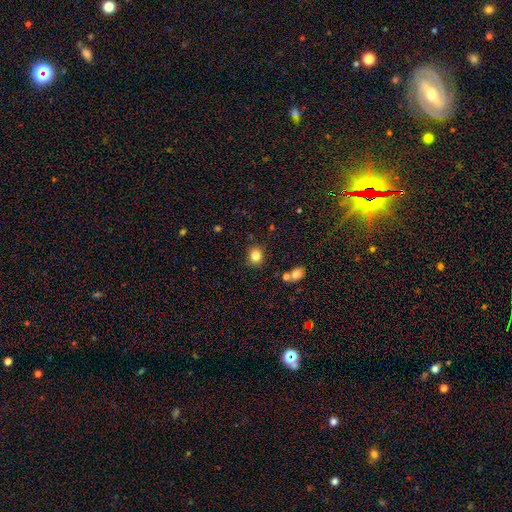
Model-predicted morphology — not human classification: The model was most divided on "how rounded": round: 75%, in between: 24%, cigar-shaped: 1%. More confident: merging — none (85%); smooth or featured — smooth (83%).